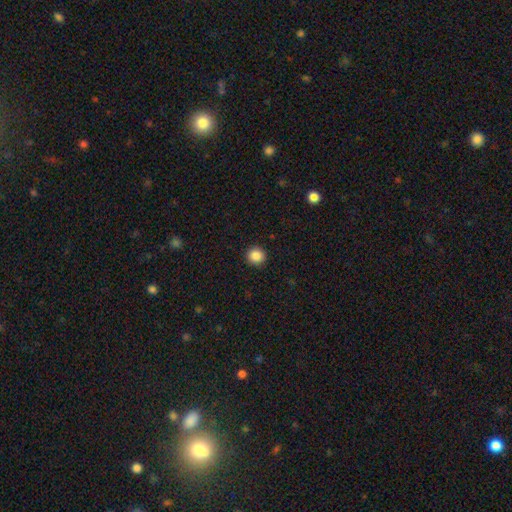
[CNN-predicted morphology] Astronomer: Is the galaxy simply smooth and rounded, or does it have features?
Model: smooth — 87%.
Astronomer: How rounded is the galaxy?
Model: round — 92%.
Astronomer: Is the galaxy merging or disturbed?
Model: none — 93%.